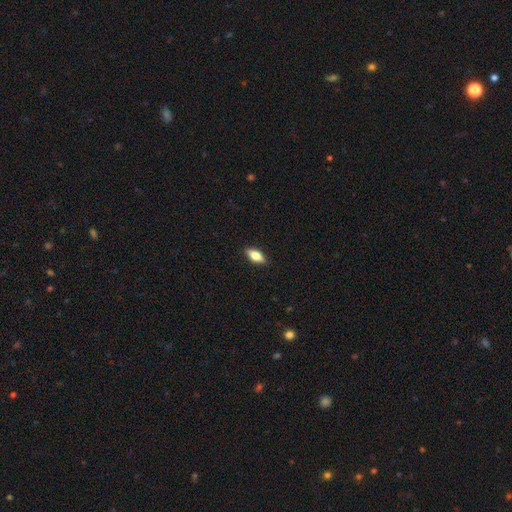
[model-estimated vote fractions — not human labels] Q: Smooth or featured?
A: smooth (72%); runner-up: featured or disk (21%)
Q: How rounded?
A: in between (81%); runner-up: cigar-shaped (16%)
Q: Merging?
A: none (88%); runner-up: minor disturbance (9%)